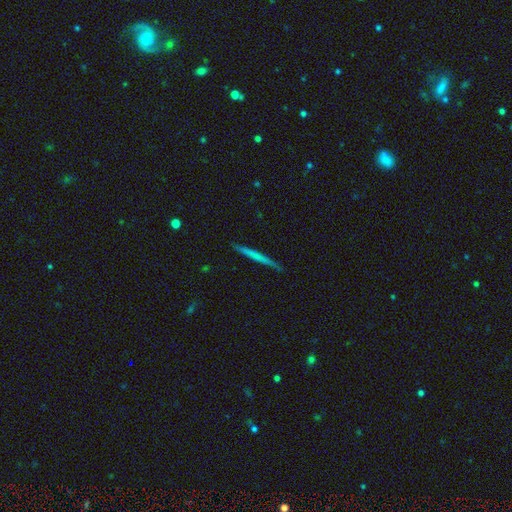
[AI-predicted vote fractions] Morphology: type=smooth (52%); roundness=cigar-shaped (96%); merging=none (90%).